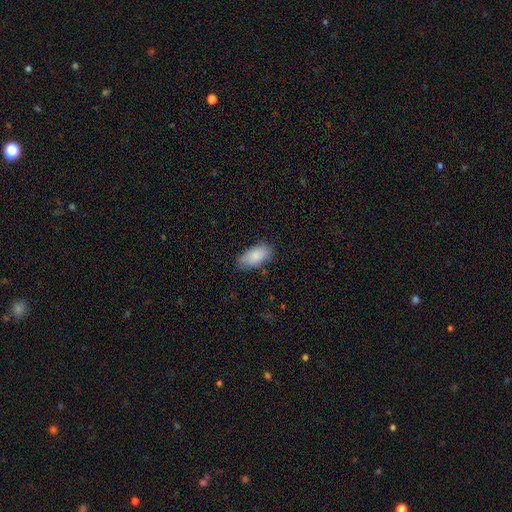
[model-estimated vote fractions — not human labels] Smooth or featured? Predicted: smooth (p=0.86). How rounded? Predicted: in between (p=0.93). Merging? Predicted: none (p=0.75).